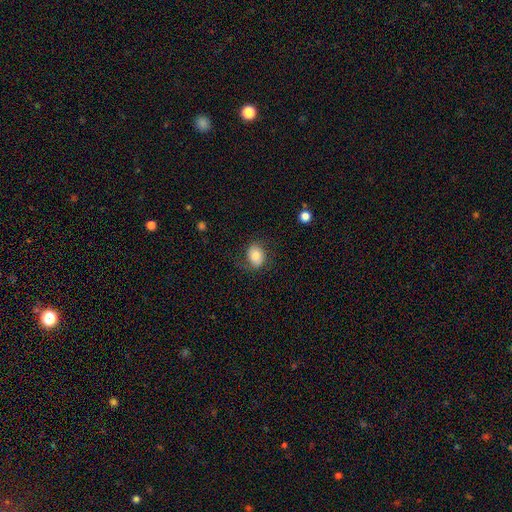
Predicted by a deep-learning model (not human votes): The model was most divided on "how rounded": in between: 60%, round: 39%, cigar-shaped: 1%. More confident: smooth or featured — smooth (76%); merging — none (69%).